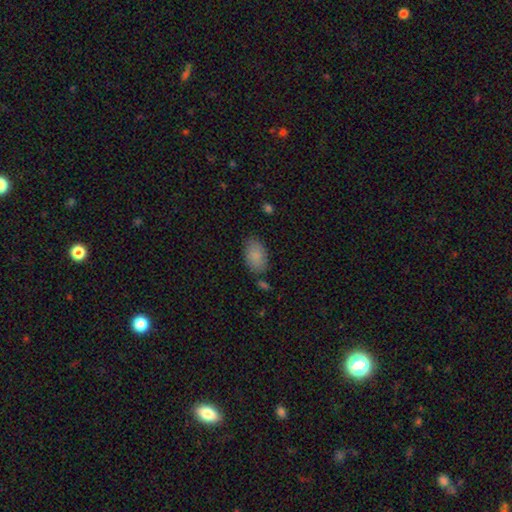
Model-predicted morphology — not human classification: Q: Smooth or featured?
A: smooth (87%); runner-up: star or artifact (7%)
Q: How rounded?
A: in between (92%); runner-up: round (6%)
Q: Merging?
A: none (78%); runner-up: minor disturbance (15%)